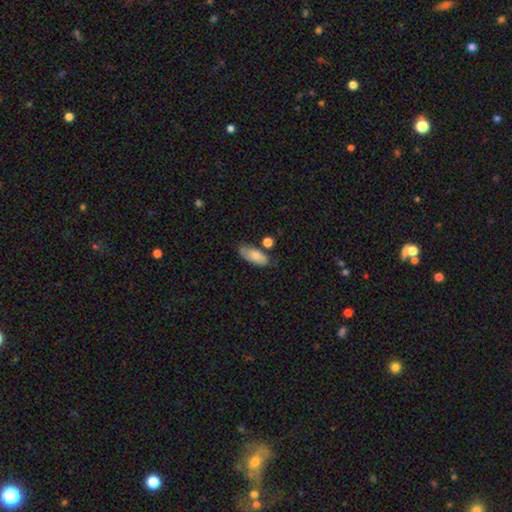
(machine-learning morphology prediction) A smooth galaxy with no disk features (77%) that is in between round and cigar-shaped (86%). Merging: none (66%).